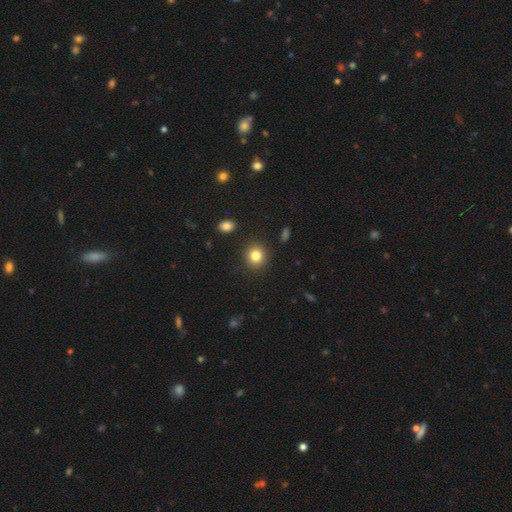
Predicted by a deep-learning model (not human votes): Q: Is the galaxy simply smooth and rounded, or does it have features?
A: smooth — 82%.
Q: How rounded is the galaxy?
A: round — 83%.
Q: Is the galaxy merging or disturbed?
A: none — 90%.